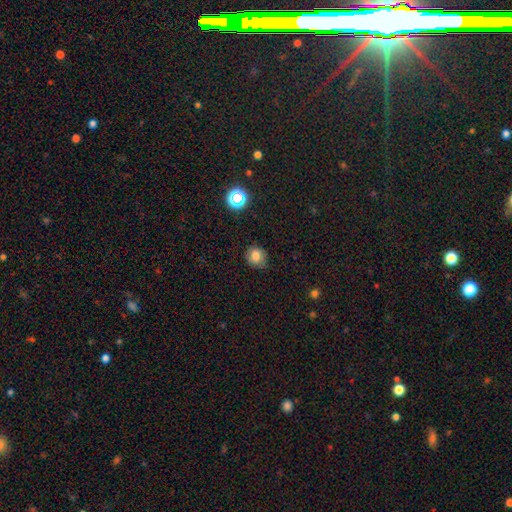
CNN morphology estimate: type=smooth (79%); roundness=round (77%); merging=none (75%).